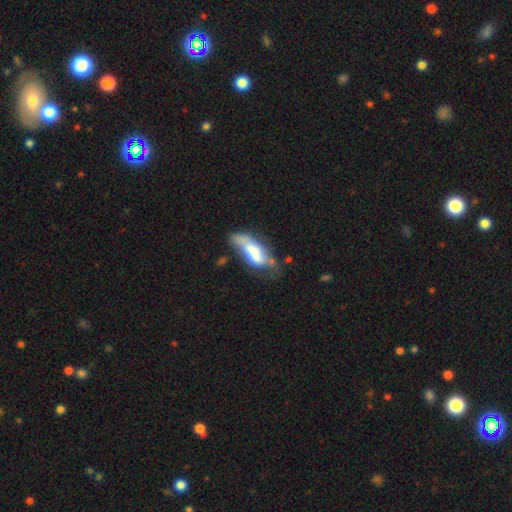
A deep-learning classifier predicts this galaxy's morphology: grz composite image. It shows a smooth galaxy with no disk features (59%) that is in between round and cigar-shaped (67%). Merging: major disturbance (29%).